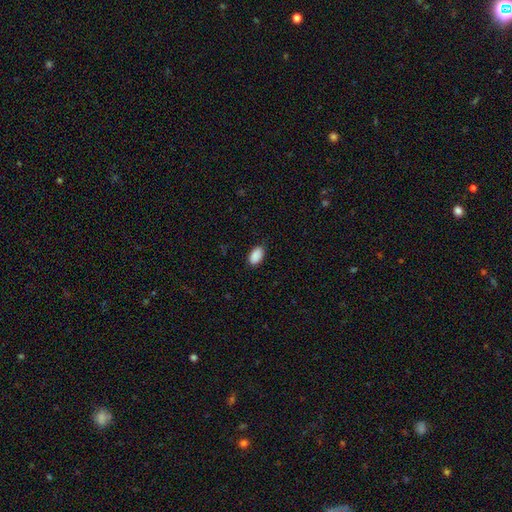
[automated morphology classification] This appears to be a smooth galaxy with no disk features (91%) that is in between round and cigar-shaped (94%). Merging: none (84%).